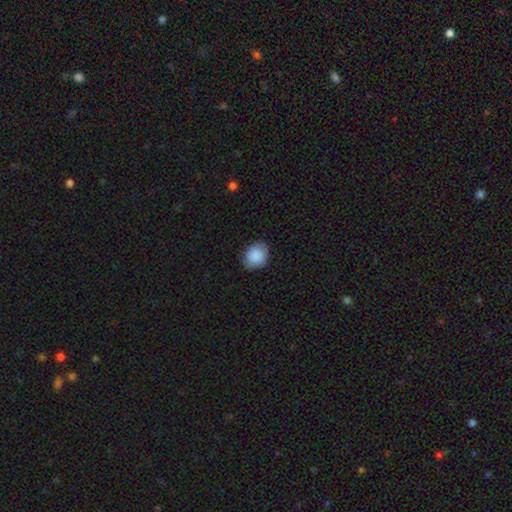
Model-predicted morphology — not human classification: smooth-or-featured: smooth: 88% | star or artifact: 7% | featured or disk: 4%
  how-rounded: in between: 53% | round: 46% | cigar-shaped: 1%
  merging: none: 83% | minor disturbance: 14% | major disturbance: 2% | merger: 1%